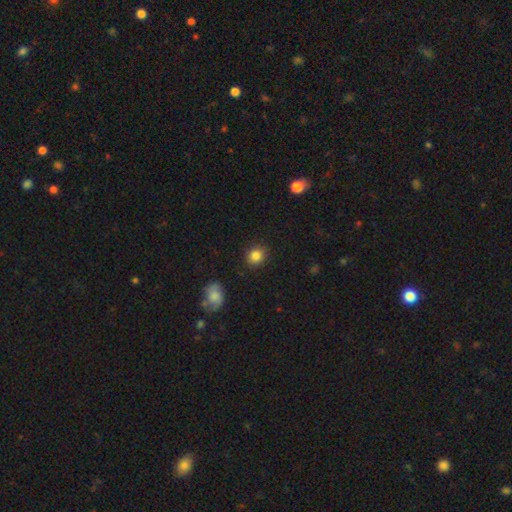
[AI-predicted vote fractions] smooth_or_featured: smooth (p=0.85) [alt: star or artifact p=0.10]
how_rounded: round (p=0.80) [alt: in between p=0.19]
merging: none (p=0.88) [alt: minor disturbance p=0.08]